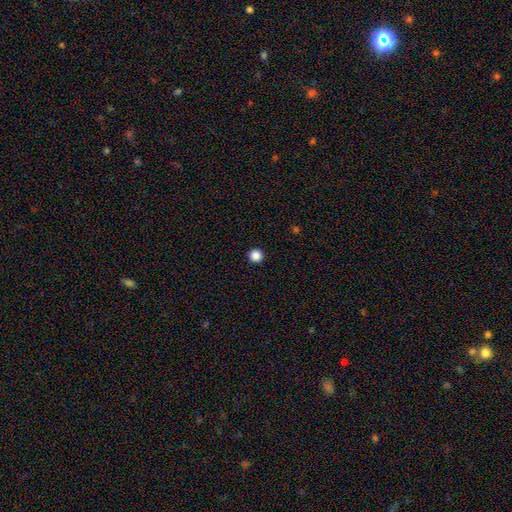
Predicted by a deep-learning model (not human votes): Smooth or featured? Predicted: smooth (p=0.87). How rounded? Predicted: round (p=0.97). Merging? Predicted: none (p=0.94).